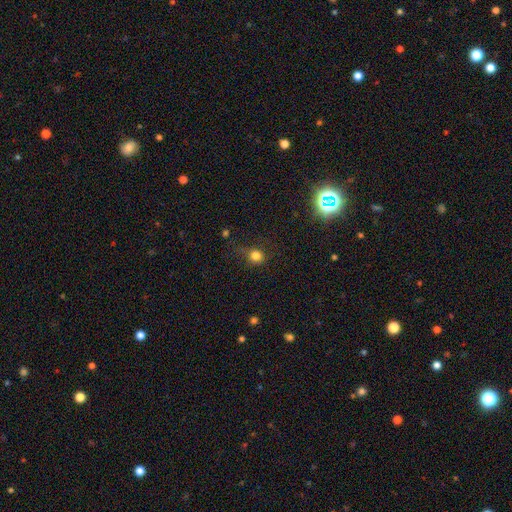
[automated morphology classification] Smooth or featured? smooth (77%)
How rounded? round (86%)
Merging? none (72%)